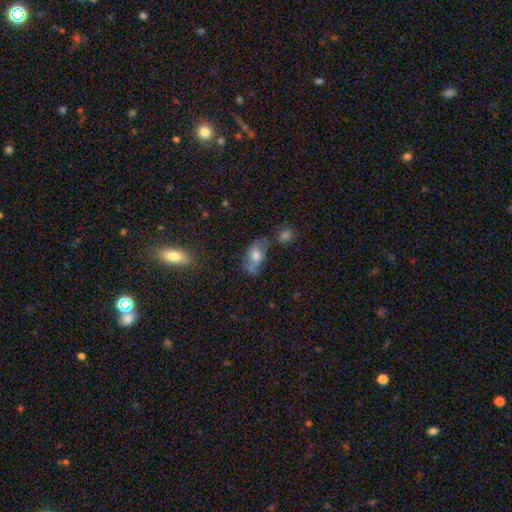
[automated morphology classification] smooth 61%, featured or disk 28%, star or artifact 11%. Down the decision tree: how rounded — in between (86%); merging — none (44%).